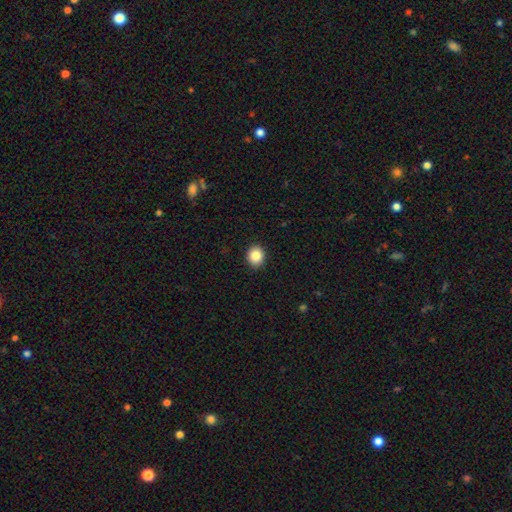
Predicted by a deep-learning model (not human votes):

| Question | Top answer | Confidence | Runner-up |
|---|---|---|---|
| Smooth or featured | smooth | 85% | star or artifact (9%) |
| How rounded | round | 65% | in between (34%) |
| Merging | none | 91% | minor disturbance (7%) |